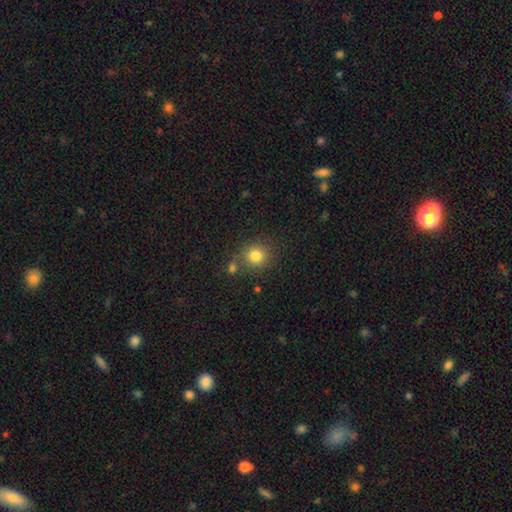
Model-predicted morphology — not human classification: smooth_or_featured: smooth (p=0.81) [alt: star or artifact p=0.12]
how_rounded: round (p=0.88) [alt: in between p=0.11]
merging: none (p=0.75) [alt: merger p=0.11]